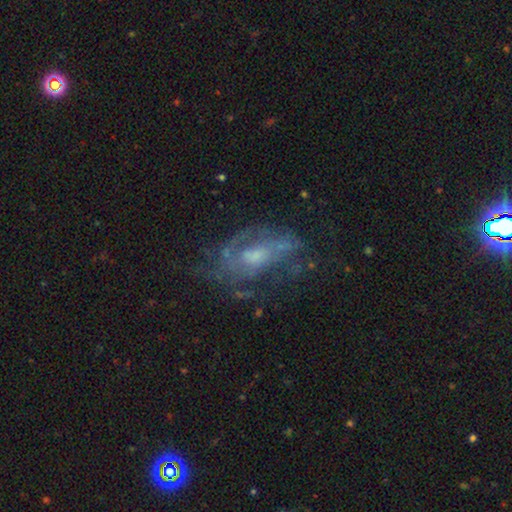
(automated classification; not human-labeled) Smooth or featured? Predicted: featured or disk (p=0.75). Edge-on disk? Predicted: no (p=0.94). Bar? Predicted: no (p=0.57). Spiral arms? Predicted: yes (p=0.73). Spiral winding? Predicted: medium (p=0.44). Spiral arm count? Predicted: can't tell (p=0.39). Bulge size? Predicted: small (p=0.43). Merging? Predicted: none (p=0.55).